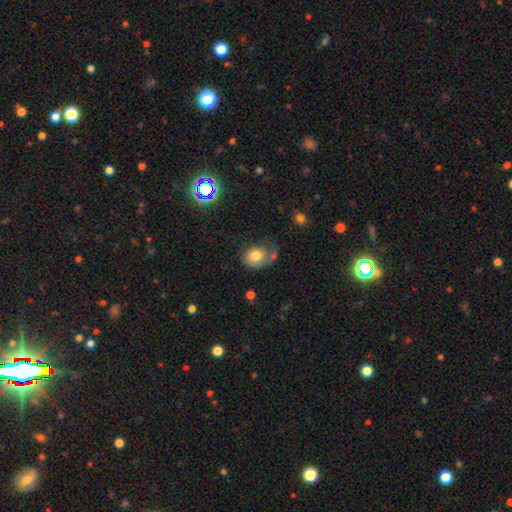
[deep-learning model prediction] smooth 74%, featured or disk 17%, star or artifact 9%. Down the decision tree: how rounded — round (54%); merging — none (41%).